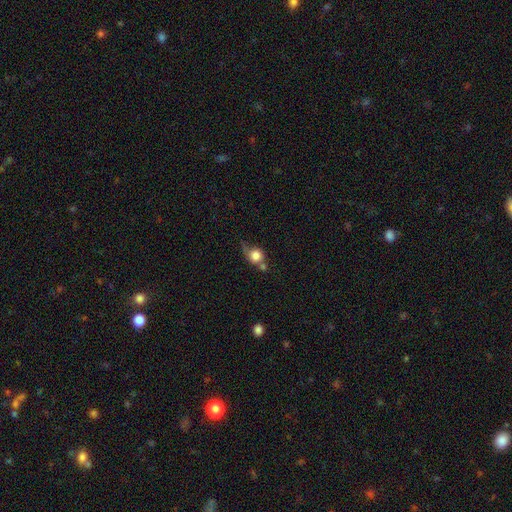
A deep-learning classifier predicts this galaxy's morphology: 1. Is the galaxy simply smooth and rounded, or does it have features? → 75% smooth, 15% featured or disk, 10% star or artifact.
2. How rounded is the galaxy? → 79% round, 19% in between, 2% cigar-shaped.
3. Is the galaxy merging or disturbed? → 36% none, 24% merger, 23% minor disturbance, 17% major disturbance.